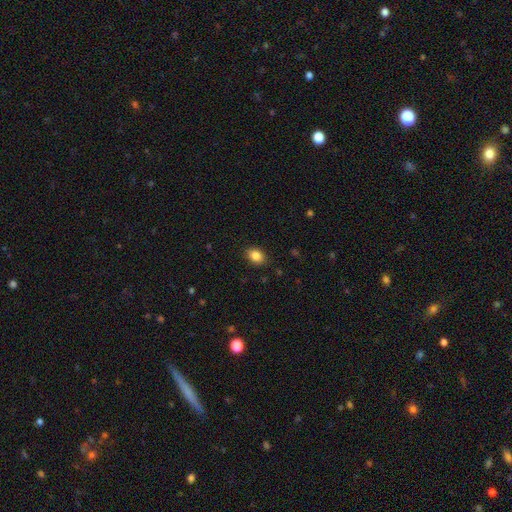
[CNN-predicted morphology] Smooth or featured?
  - smooth: 85% *
  - star or artifact: 9%
  - featured or disk: 5%
How rounded?
  - in between: 71% *
  - round: 28%
  - cigar-shaped: 1%
Merging?
  - none: 88% *
  - minor disturbance: 9%
  - major disturbance: 2%
  - merger: 1%